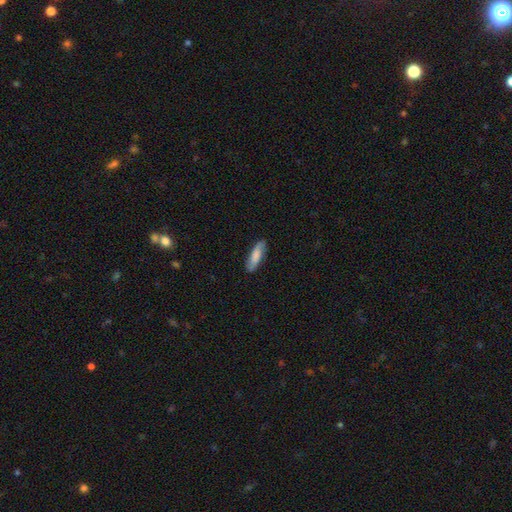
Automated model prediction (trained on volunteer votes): A smooth galaxy with no disk features (72%) that is cigar-shaped (55%).

Vote fractions:
- Smooth or featured? smooth: 72% / featured or disk: 22% / star or artifact: 6%
- How rounded? cigar-shaped: 55% / in between: 43% / round: 2%
- Merging? none: 83% / minor disturbance: 13% / major disturbance: 3% / merger: 1%